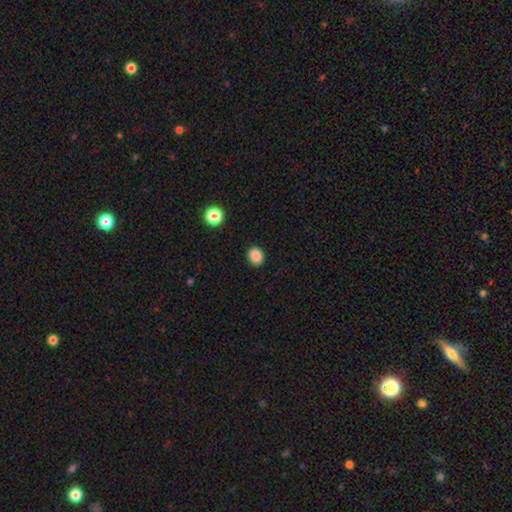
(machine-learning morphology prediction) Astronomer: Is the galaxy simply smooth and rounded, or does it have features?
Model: smooth — 87%.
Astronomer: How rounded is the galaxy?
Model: round — 59% (runner-up: in between, 40%).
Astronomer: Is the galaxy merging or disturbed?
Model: none — 91%.